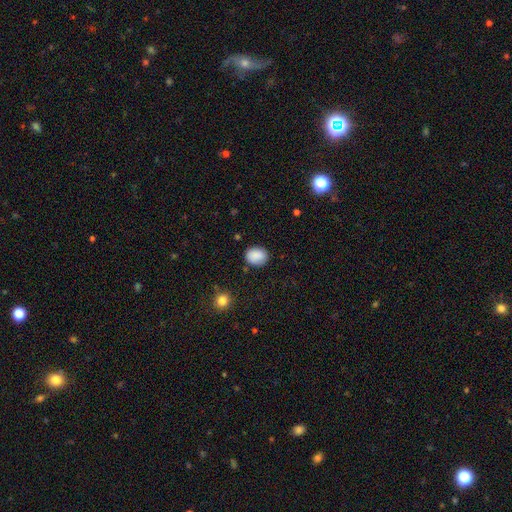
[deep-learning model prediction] This is clearly a smooth galaxy (88%). How rounded: possibly in between (55%). Merging: clearly none (82%).